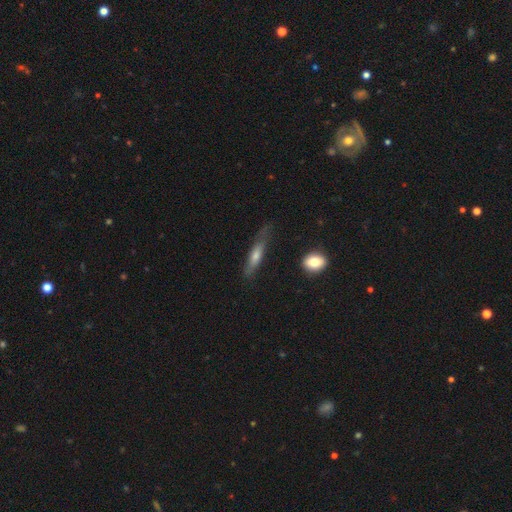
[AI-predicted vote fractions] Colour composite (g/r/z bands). It shows a smooth galaxy with no disk features (50%). Merging: none (62%).